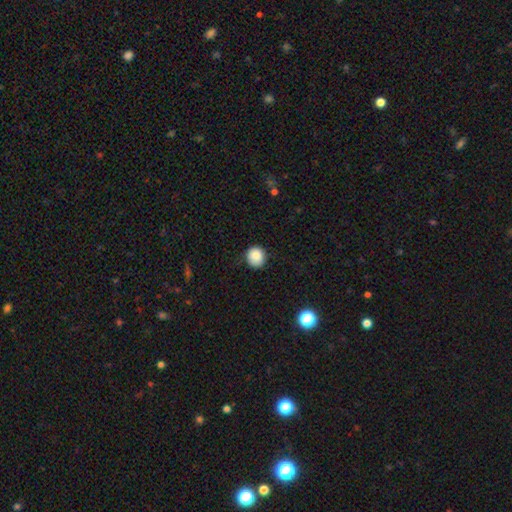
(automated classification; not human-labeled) Smooth or featured? smooth (86%)
How rounded? round (87%)
Merging? none (85%)